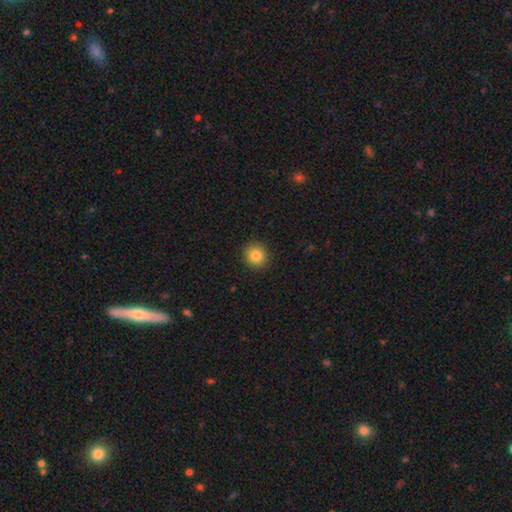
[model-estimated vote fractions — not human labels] This appears to be a smooth galaxy with no disk features (84%) that is round (89%). Merging: none (91%).